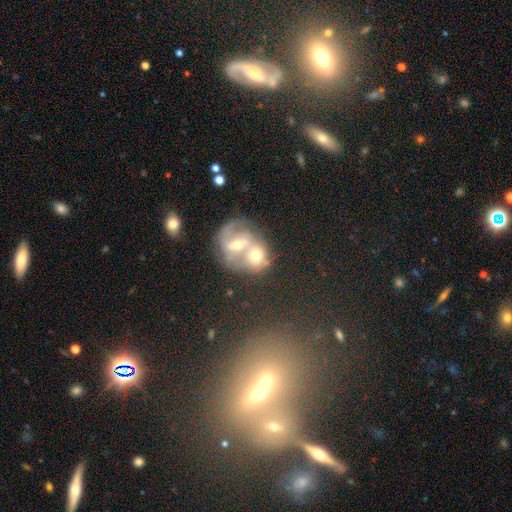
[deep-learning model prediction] Smooth or featured?
  - featured or disk: 53% *
  - smooth: 37%
  - star or artifact: 10%
Edge-on disk?
  - no: 96% *
  - yes: 4%
Bar?
  - no: 43% *
  - weak: 38%
  - strong: 20%
Spiral arms?
  - yes: 64% *
  - no: 36%
Bulge size?
  - moderate: 64% *
  - small: 23%
  - large: 9%
  - none: 3%
  - dominant: 2%
Merging?
  - merger: 70% *
  - none: 19%
  - minor disturbance: 6%
  - major disturbance: 5%